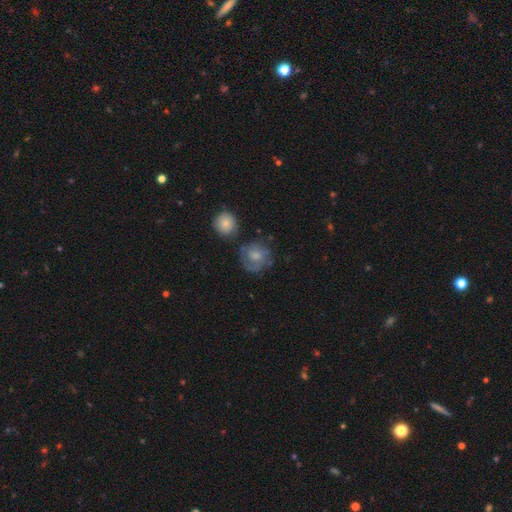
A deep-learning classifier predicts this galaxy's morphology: smooth_or_featured: smooth (p=0.49) [alt: featured or disk p=0.42]
merging: none (p=0.59) [alt: minor disturbance p=0.21]